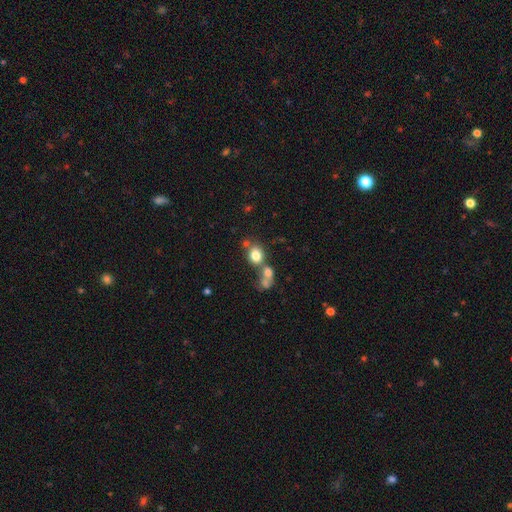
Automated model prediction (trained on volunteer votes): Smooth or featured? smooth (77%)
How rounded? round (66%)
Merging? none (49%)